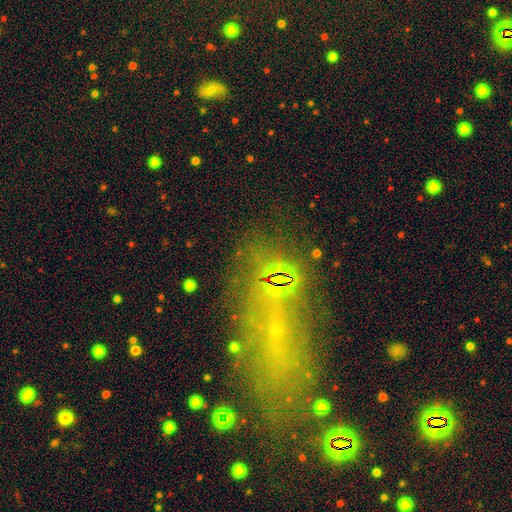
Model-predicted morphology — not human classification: Q: Smooth or featured?
A: star or artifact (36%); tied with: smooth (36%)